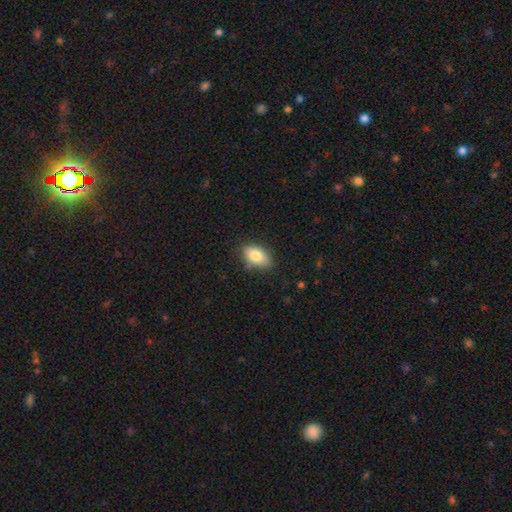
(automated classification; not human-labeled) Overall: smooth (82%). How rounded: in between (92%). Merging: none (81%).